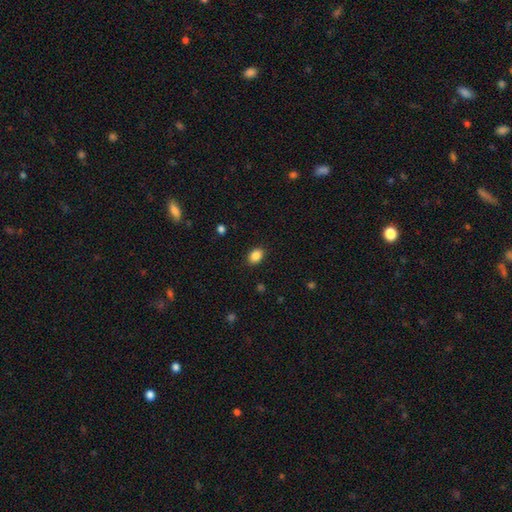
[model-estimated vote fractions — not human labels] Smooth or featured: smooth — 87% (star or artifact — 9%)
How rounded: in between — 75% (round — 24%)
Merging: none — 89% (minor disturbance — 8%)